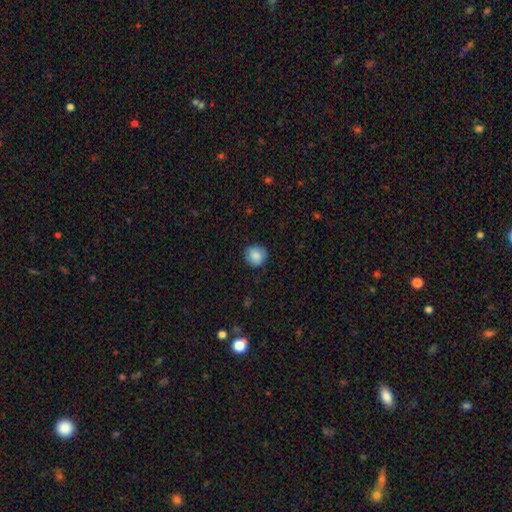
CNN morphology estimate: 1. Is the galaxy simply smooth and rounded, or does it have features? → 84% smooth, 8% star or artifact, 8% featured or disk.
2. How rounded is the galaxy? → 86% round, 13% in between, 1% cigar-shaped.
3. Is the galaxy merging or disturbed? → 81% none, 14% minor disturbance, 3% major disturbance, 1% merger.